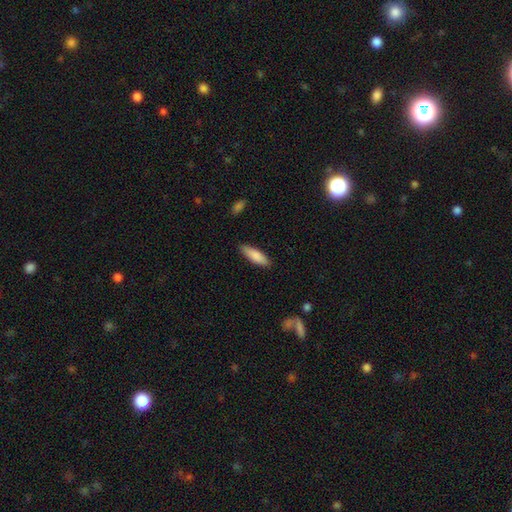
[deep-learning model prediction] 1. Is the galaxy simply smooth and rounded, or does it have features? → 86% smooth, 9% featured or disk, 6% star or artifact.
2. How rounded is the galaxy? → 55% cigar-shaped, 44% in between, 1% round.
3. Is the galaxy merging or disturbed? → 86% none, 11% minor disturbance, 2% major disturbance, 1% merger.